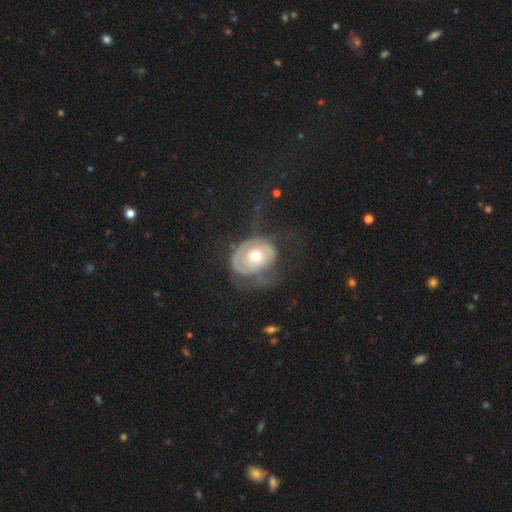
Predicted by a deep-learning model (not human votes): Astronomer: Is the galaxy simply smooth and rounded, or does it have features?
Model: featured or disk — 66%.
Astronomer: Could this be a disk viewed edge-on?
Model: no — 96%.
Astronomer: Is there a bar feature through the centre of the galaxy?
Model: no — 81%.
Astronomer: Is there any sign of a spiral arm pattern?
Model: yes — 57% (runner-up: no, 43%).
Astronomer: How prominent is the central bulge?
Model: moderate — 75%.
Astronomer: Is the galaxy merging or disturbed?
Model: major disturbance — 39% (runner-up: none, 35%).